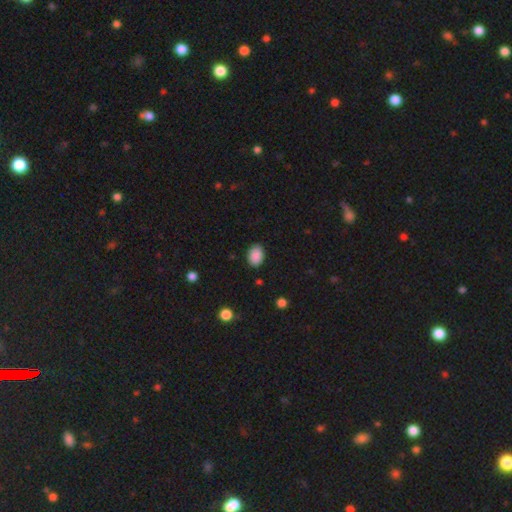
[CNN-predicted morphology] Smooth or featured? Predicted: smooth (p=0.89). How rounded? Predicted: in between (p=0.80). Merging? Predicted: none (p=0.87).